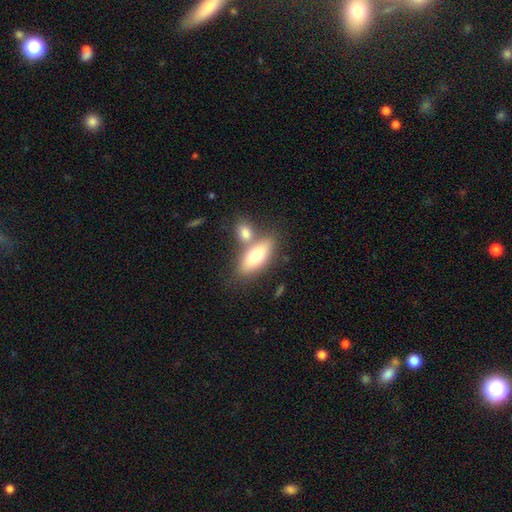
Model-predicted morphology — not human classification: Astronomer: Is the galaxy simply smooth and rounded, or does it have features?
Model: smooth — 73%.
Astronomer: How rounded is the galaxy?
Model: in between — 78%.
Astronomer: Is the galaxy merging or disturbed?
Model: none — 49% (runner-up: merger, 37%).